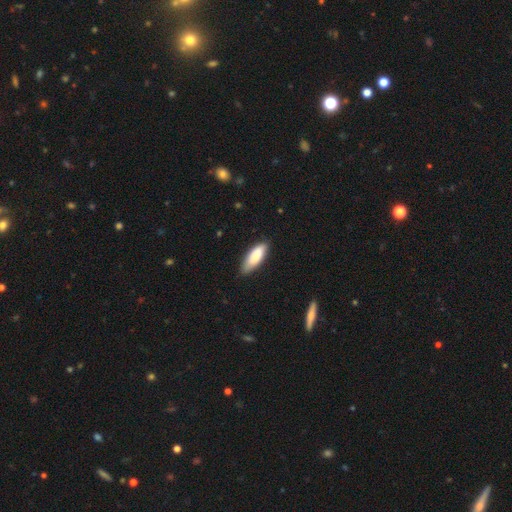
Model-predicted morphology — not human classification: Q: Smooth or featured?
A: smooth (85%); runner-up: featured or disk (10%)
Q: How rounded?
A: in between (70%); runner-up: cigar-shaped (28%)
Q: Merging?
A: none (79%); runner-up: minor disturbance (18%)